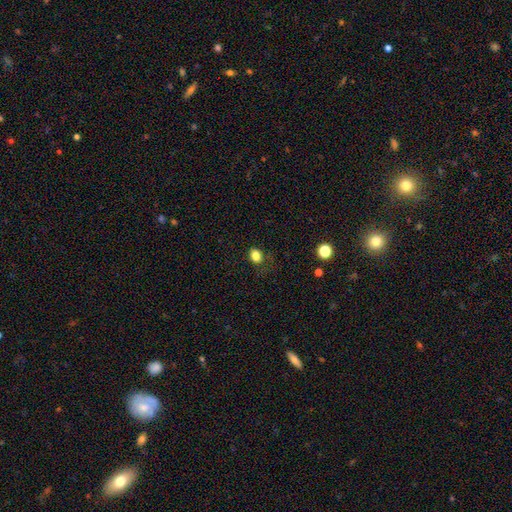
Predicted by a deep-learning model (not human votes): A smooth galaxy with no disk features (82%) that is round (50%).

Vote fractions:
- Smooth or featured? smooth: 82% / star or artifact: 13% / featured or disk: 5%
- How rounded? round: 50% / in between: 49% / cigar-shaped: 1%
- Merging? none: 73% / minor disturbance: 18% / major disturbance: 8% / merger: 2%